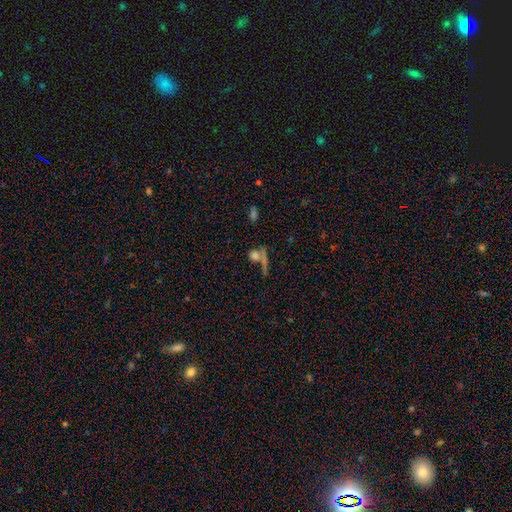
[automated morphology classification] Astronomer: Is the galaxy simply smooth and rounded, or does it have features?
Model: smooth — 63%.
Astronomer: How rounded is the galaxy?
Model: round — 59%.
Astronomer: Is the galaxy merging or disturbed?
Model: none — 50% (runner-up: merger, 29%).